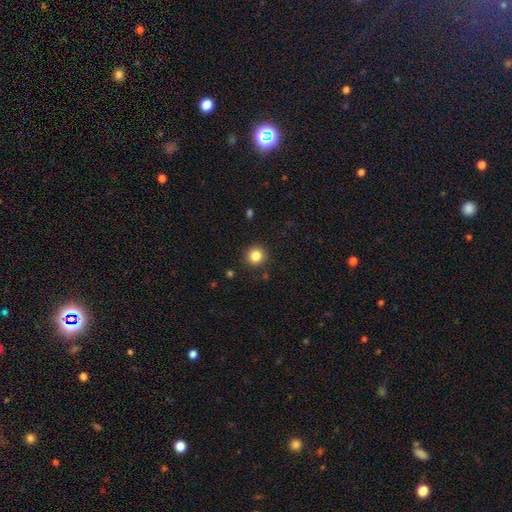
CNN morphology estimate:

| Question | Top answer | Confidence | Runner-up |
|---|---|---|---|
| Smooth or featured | smooth | 84% | star or artifact (11%) |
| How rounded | round | 94% | in between (5%) |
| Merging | none | 90% | minor disturbance (6%) |